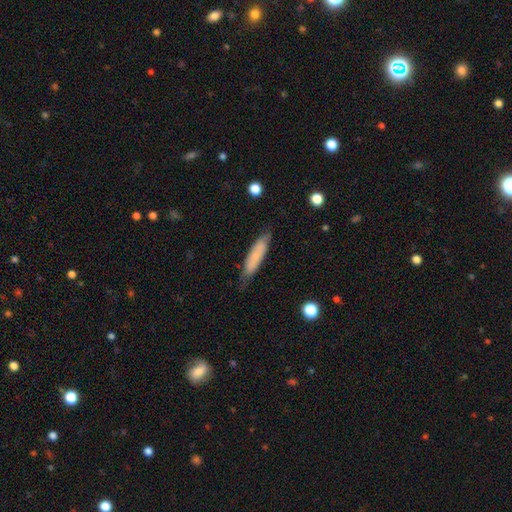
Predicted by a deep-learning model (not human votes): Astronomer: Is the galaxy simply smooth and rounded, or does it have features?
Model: smooth — 69%.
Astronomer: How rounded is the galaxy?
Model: cigar-shaped — 71%.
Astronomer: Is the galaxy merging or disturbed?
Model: none — 73%.